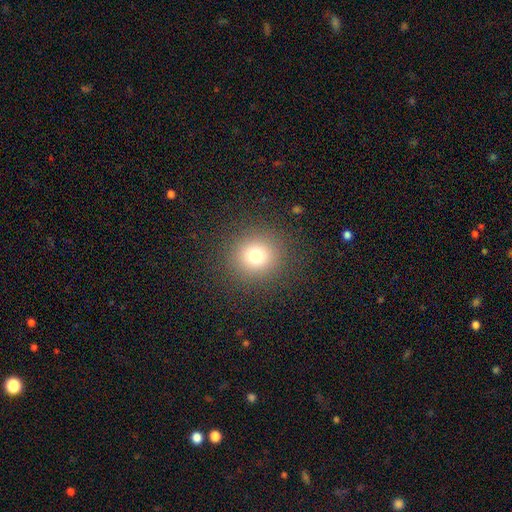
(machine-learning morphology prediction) A smooth galaxy with no disk features (75%) that is round (92%).

Vote fractions:
- Smooth or featured? smooth: 75% / star or artifact: 16% / featured or disk: 9%
- How rounded? round: 92% / in between: 7% / cigar-shaped: 1%
- Merging? none: 88% / minor disturbance: 7% / major disturbance: 4% / merger: 1%